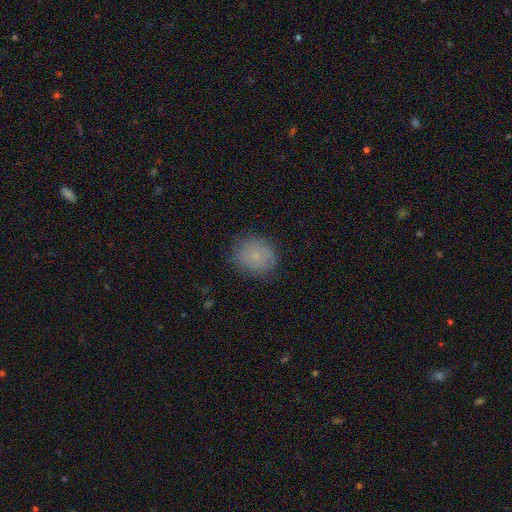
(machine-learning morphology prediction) A smooth galaxy with no disk features (71%) that is round (73%).

Vote fractions:
- Smooth or featured? smooth: 71% / featured or disk: 20% / star or artifact: 9%
- How rounded? round: 73% / in between: 26% / cigar-shaped: 1%
- Merging? none: 78% / minor disturbance: 16% / major disturbance: 4% / merger: 1%